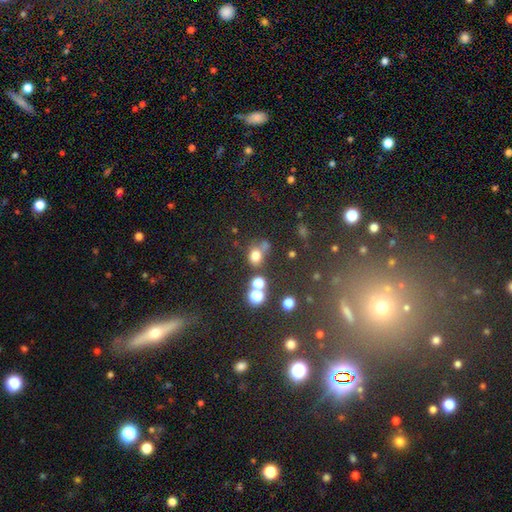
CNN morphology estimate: A smooth galaxy with no disk features (71%) that is round (69%). Merging: none (54%).